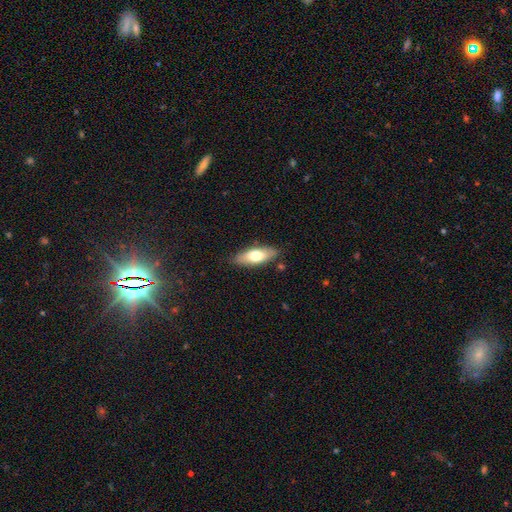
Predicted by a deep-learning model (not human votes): A smooth galaxy with no disk features (67%) that is in between round and cigar-shaped (72%).

Vote fractions:
- Smooth or featured? smooth: 67% / featured or disk: 27% / star or artifact: 6%
- How rounded? in between: 72% / cigar-shaped: 25% / round: 2%
- Merging? none: 84% / minor disturbance: 12% / major disturbance: 2% / merger: 2%